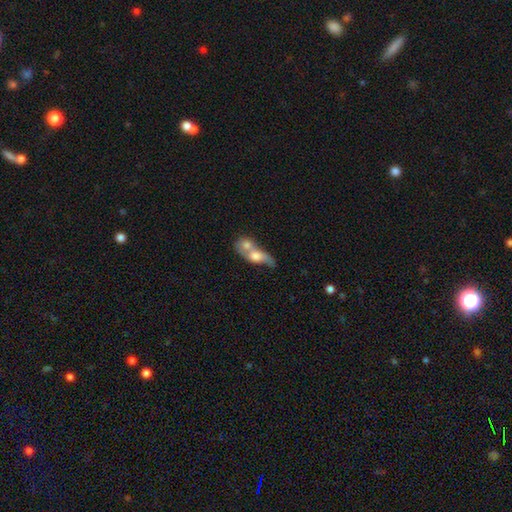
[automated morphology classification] smooth-or-featured: smooth: 54% | featured or disk: 39% | star or artifact: 7%
  how-rounded: in between: 59% | round: 21% | cigar-shaped: 20%
  merging: merger: 77% | none: 10% | major disturbance: 7% | minor disturbance: 6%